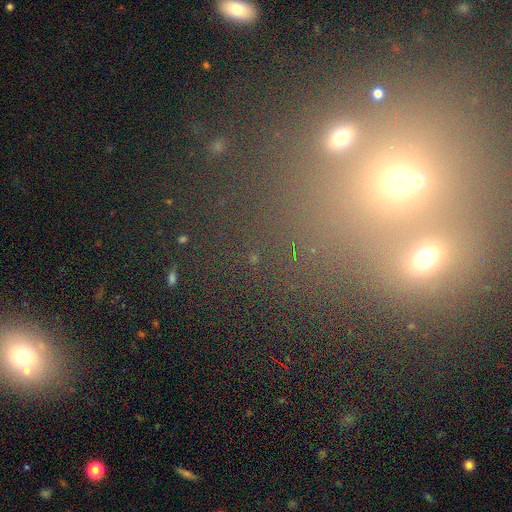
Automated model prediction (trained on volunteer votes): This appears to be a star or artifact, not a galaxy (45%).